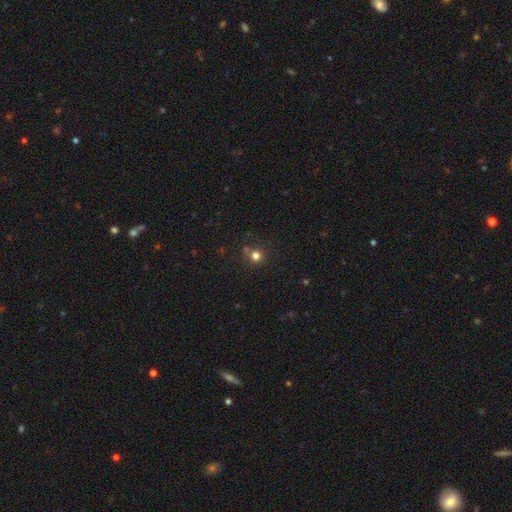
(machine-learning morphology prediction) Q: Smooth or featured?
A: smooth (76%); runner-up: star or artifact (18%)
Q: How rounded?
A: round (91%); runner-up: in between (8%)
Q: Merging?
A: none (71%); runner-up: merger (13%)